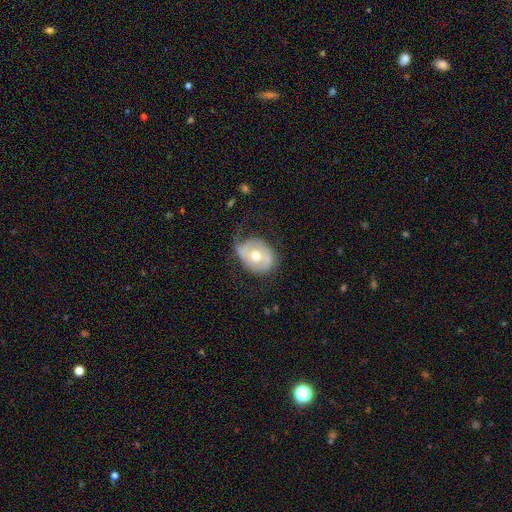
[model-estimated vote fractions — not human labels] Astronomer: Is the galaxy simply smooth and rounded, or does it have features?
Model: featured or disk — 52% (runner-up: smooth, 41%).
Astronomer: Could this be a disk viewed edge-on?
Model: no — 94%.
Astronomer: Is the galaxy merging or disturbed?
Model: none — 43% (runner-up: minor disturbance, 31%).